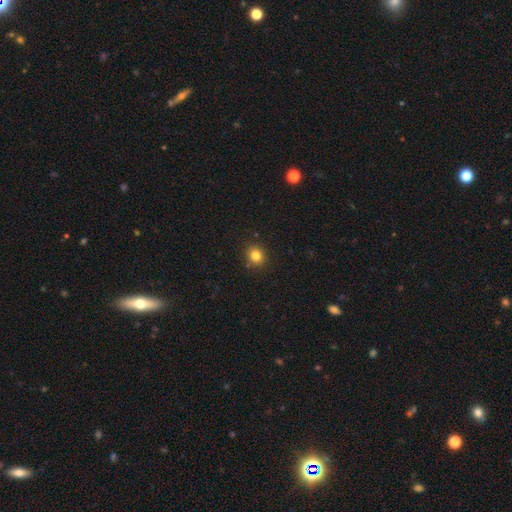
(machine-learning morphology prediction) smooth_or_featured: smooth (p=0.82) [alt: star or artifact p=0.12]
how_rounded: round (p=0.77) [alt: in between p=0.22]
merging: none (p=0.87) [alt: minor disturbance p=0.08]